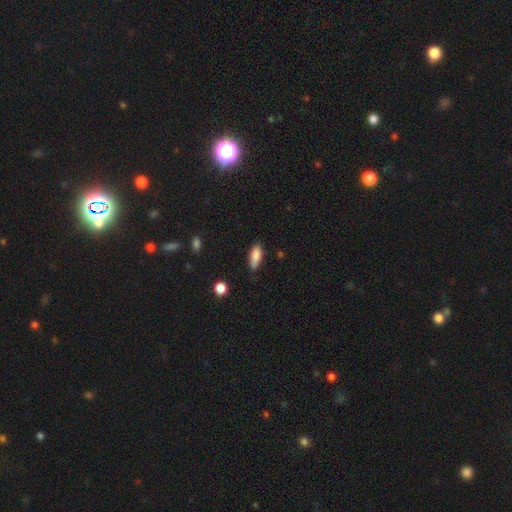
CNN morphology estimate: smooth_or_featured: smooth (p=0.84) [alt: featured or disk p=0.08]
how_rounded: in between (p=0.70) [alt: cigar-shaped p=0.28]
merging: none (p=0.70) [alt: minor disturbance p=0.24]